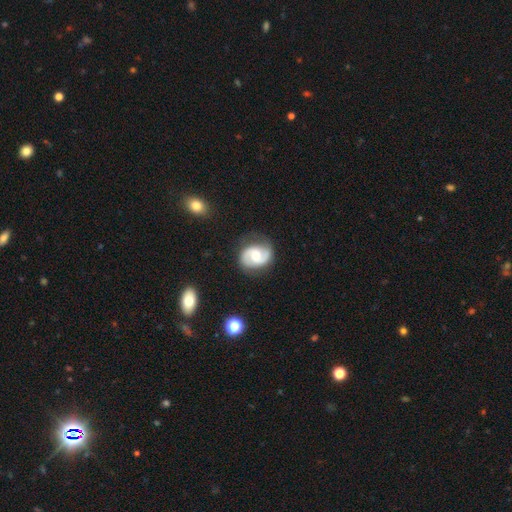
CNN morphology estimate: smooth-or-featured: featured or disk: 79% | smooth: 15% | star or artifact: 6%
  disk-edge-on: no: 98% | yes: 2%
    bar: no: 46% | weak: 42% | strong: 12%
    has-spiral-arms: yes: 95% | no: 5%
      spiral-winding: medium: 52% | tight: 26% | loose: 22%
      spiral-arm-count: 2: 90% | can't tell: 4% | 1: 3% | 3: 1% | 4: 1% | more than 4: 1%
    bulge-size: moderate: 68% | small: 21% | large: 8% | none: 2% | dominant: 1%
  merging: none: 78% | minor disturbance: 16% | major disturbance: 5% | merger: 1%